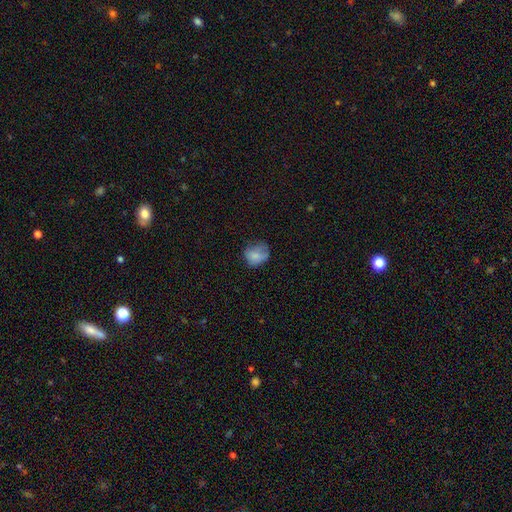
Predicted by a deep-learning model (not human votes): This appears to be a smooth galaxy with no disk features (78%) that is round (59%). Merging: none (50%).